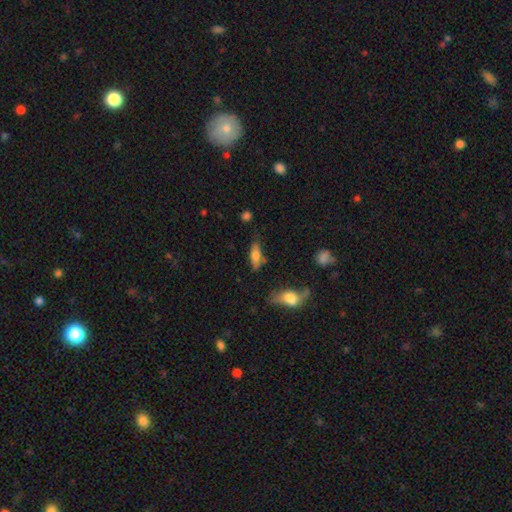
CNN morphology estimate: Overall: smooth (64%; featured or disk 28%). How rounded: in between (56%; cigar-shaped 40%). Merging: none (67%).